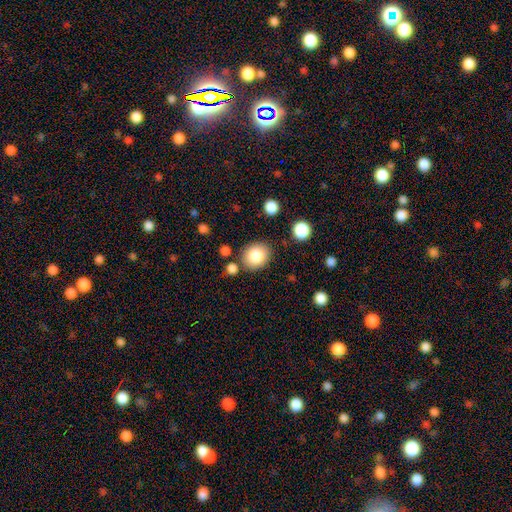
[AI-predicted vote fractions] The model was most divided on "how rounded": round: 69%, in between: 30%, cigar-shaped: 1%. More confident: smooth or featured — smooth (83%); merging — none (81%).